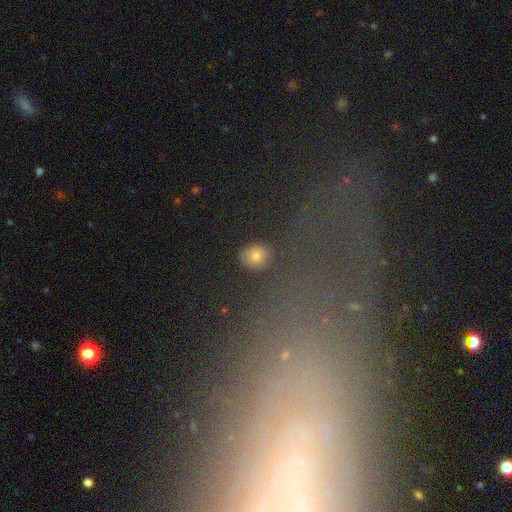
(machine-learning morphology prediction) Q: Smooth or featured?
A: smooth (72%); runner-up: star or artifact (17%)
Q: How rounded?
A: round (68%); runner-up: in between (30%)
Q: Merging?
A: none (83%); runner-up: minor disturbance (11%)